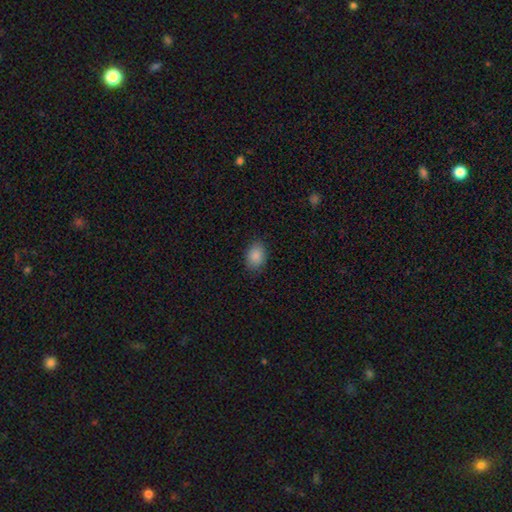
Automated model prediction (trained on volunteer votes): smooth_or_featured: smooth (p=0.88) [alt: star or artifact p=0.08]
how_rounded: in between (p=0.75) [alt: round p=0.24]
merging: none (p=0.85) [alt: minor disturbance p=0.11]